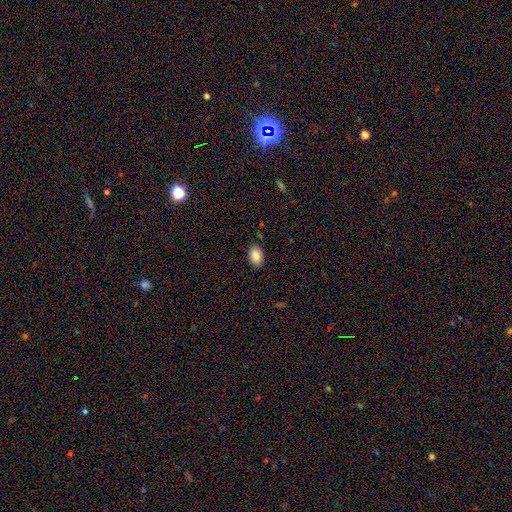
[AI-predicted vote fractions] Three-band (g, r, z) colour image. It shows a smooth galaxy with no disk features (86%) that is in between round and cigar-shaped (89%). Merging: none (89%).